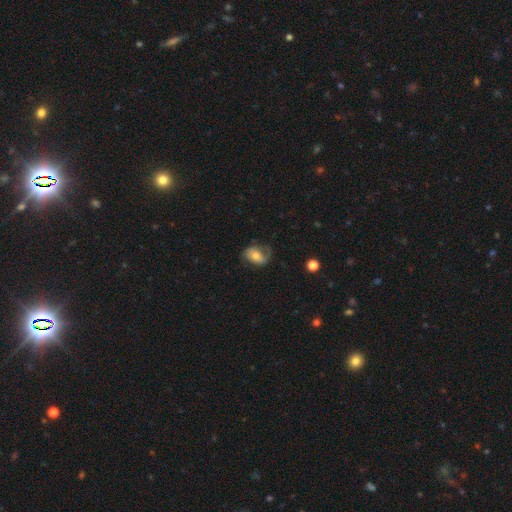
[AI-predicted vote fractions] A featured or disk galaxy (46%, tied with smooth). Merging: none (52%).